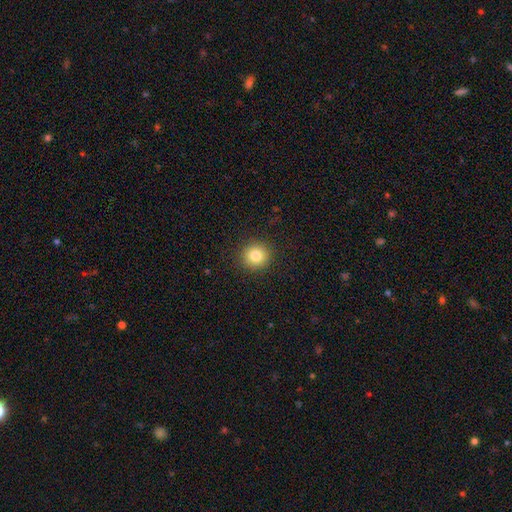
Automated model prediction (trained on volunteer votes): This appears to be a smooth galaxy with no disk features (82%) that is round (92%). Merging: none (91%).